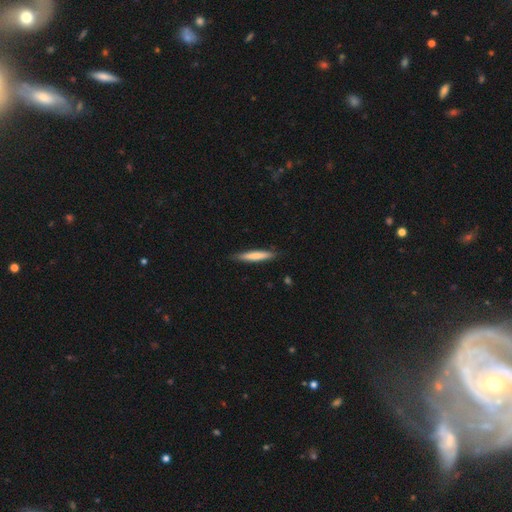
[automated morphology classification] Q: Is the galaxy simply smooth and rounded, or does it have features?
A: smooth — 73%.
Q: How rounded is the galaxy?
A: cigar-shaped — 93%.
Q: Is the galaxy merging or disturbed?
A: none — 86%.